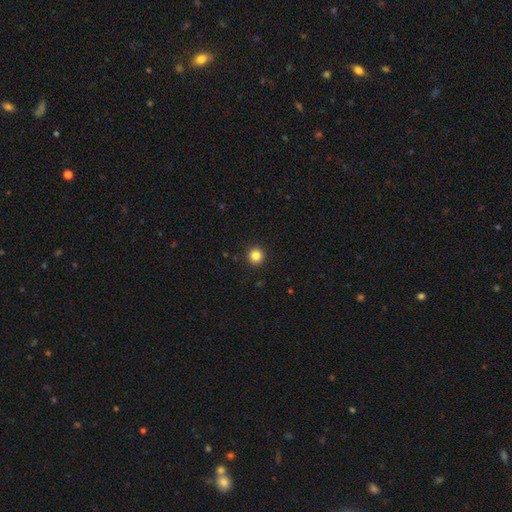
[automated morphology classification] smooth_or_featured: smooth (p=0.84) [alt: star or artifact p=0.12]
how_rounded: round (p=0.95) [alt: in between p=0.04]
merging: none (p=0.93) [alt: minor disturbance p=0.04]